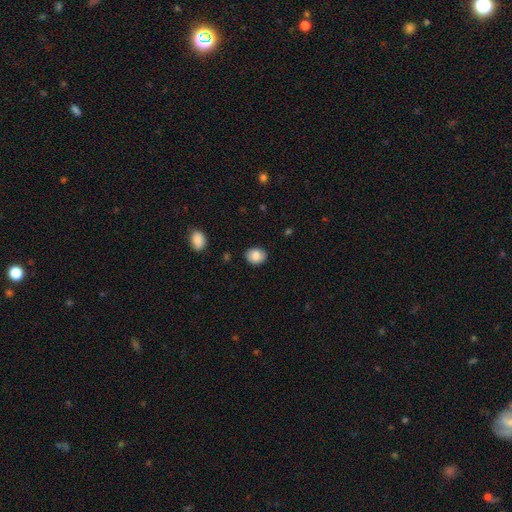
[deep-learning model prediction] This appears to be a smooth galaxy with no disk features (84%) that is round (51%). Merging: none (85%).